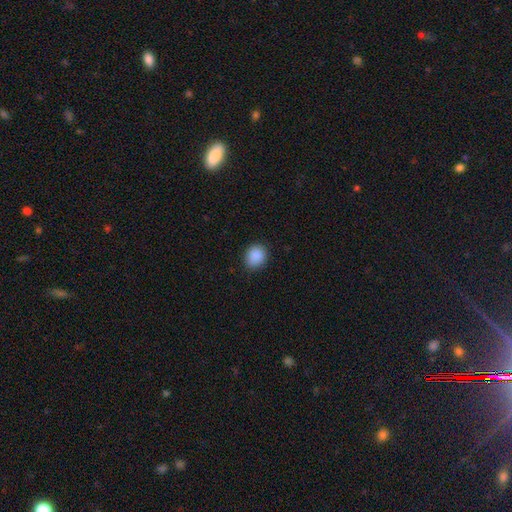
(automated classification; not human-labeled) smooth 89%, star or artifact 8%, featured or disk 3%. Down the decision tree: how rounded — round (71%); merging — none (84%).